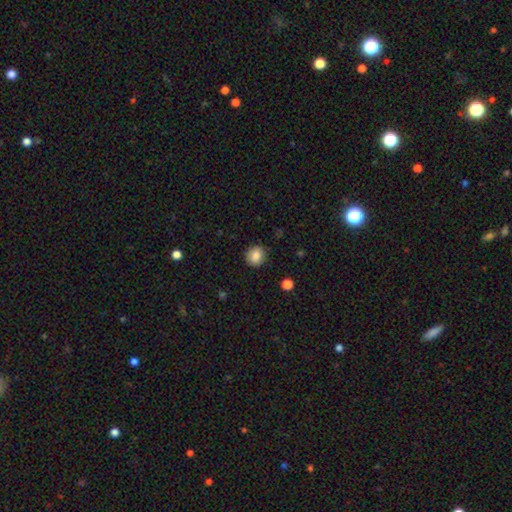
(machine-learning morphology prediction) A smooth galaxy with no disk features (85%) that is round (79%). Merging: none (87%).